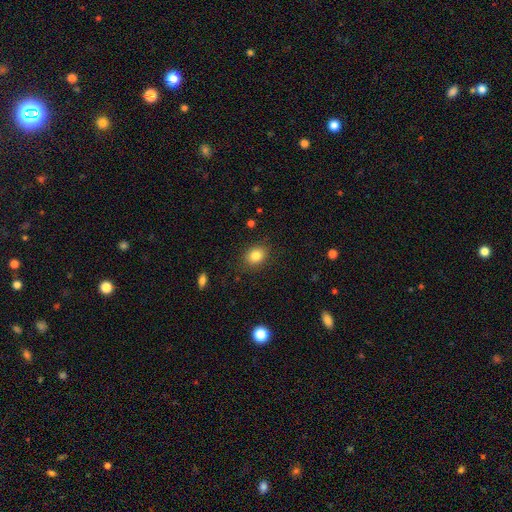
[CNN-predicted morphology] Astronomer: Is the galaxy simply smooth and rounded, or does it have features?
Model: smooth — 84%.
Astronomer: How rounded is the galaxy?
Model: round — 51% (runner-up: in between, 48%).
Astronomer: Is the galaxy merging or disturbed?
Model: none — 86%.